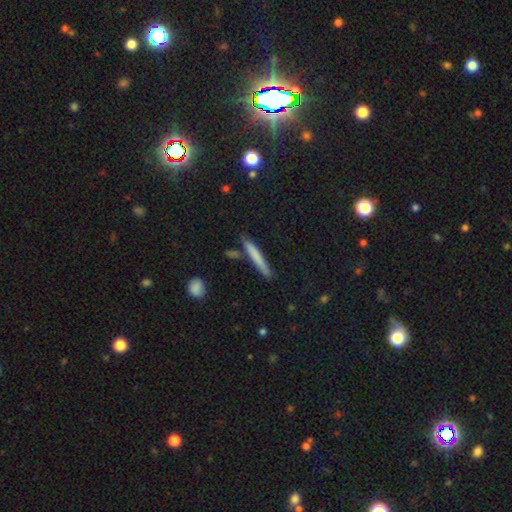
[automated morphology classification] type=smooth (70%); roundness=cigar-shaped (95%); merging=none (83%).